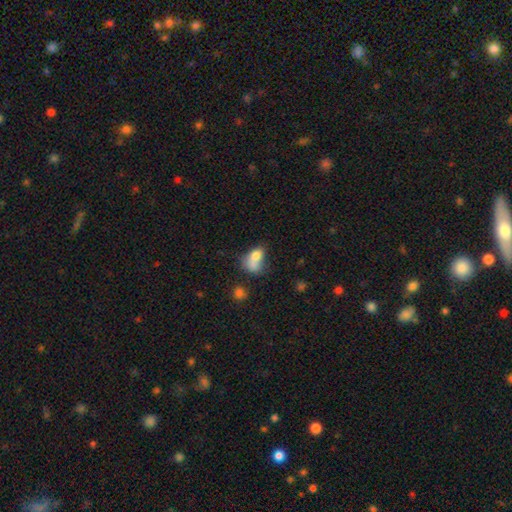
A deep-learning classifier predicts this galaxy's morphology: A smooth galaxy with no disk features (73%) that is in between round and cigar-shaped (75%). Merging: merger (44%).